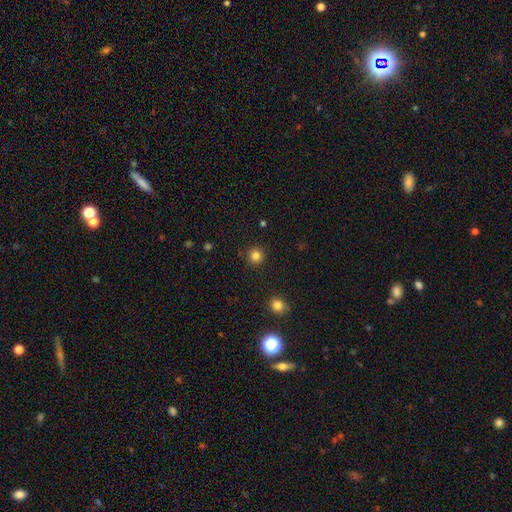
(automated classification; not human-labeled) Smooth or featured: smooth — 83% (star or artifact — 13%)
How rounded: round — 94% (in between — 5%)
Merging: none — 91% (minor disturbance — 5%)